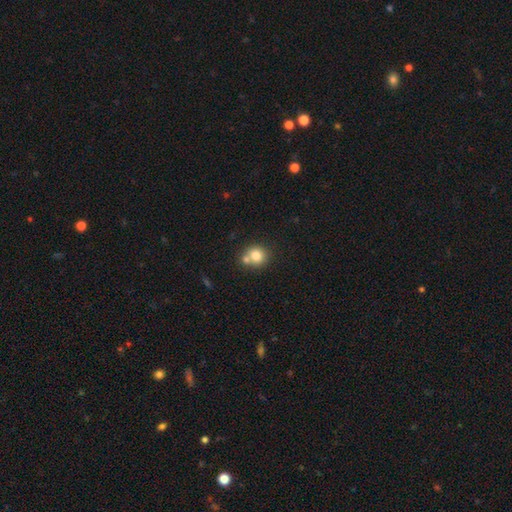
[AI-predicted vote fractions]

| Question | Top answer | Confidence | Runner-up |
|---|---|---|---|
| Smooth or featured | smooth | 78% | featured or disk (11%) |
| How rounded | round | 84% | in between (15%) |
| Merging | none | 52% | merger (35%) |